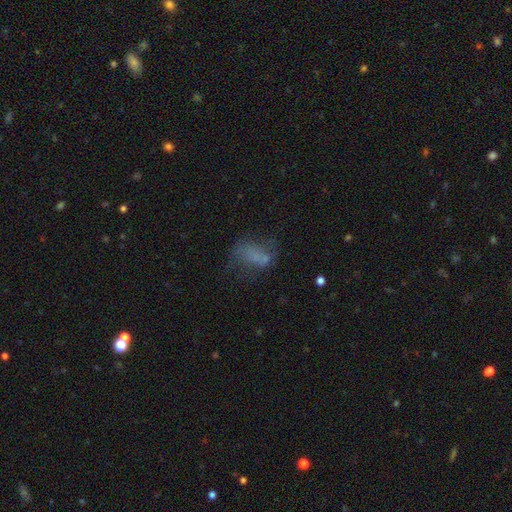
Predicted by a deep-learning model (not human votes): smooth 46%, featured or disk 35%, star or artifact 19%. Down the decision tree: merging — none (38%).